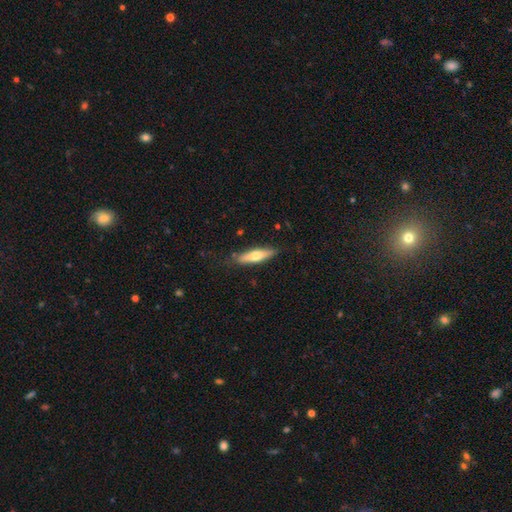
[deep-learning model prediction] smooth 56%, featured or disk 38%, star or artifact 5%. Down the decision tree: how rounded — cigar-shaped (71%); merging — none (80%).